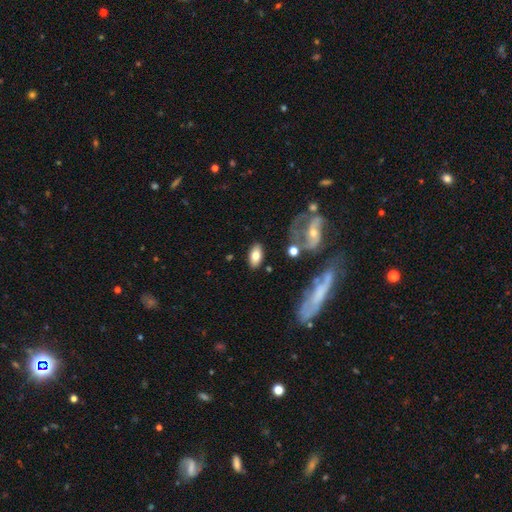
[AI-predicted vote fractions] Morphology: type=smooth (71%); roundness=in between (91%); merging=none (78%).